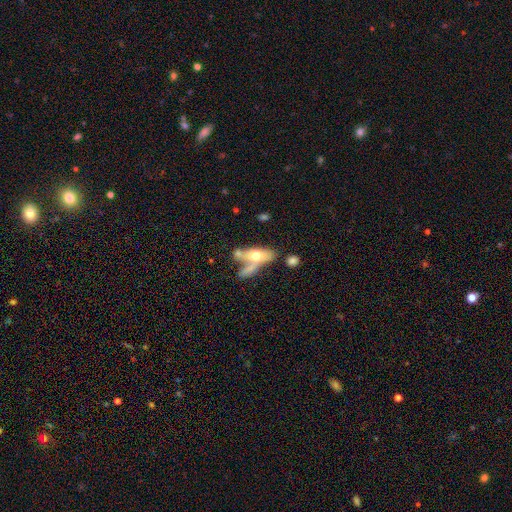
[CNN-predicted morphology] A smooth galaxy with no disk features (54%) that is in between round and cigar-shaped (66%). Merging: merger (41%).